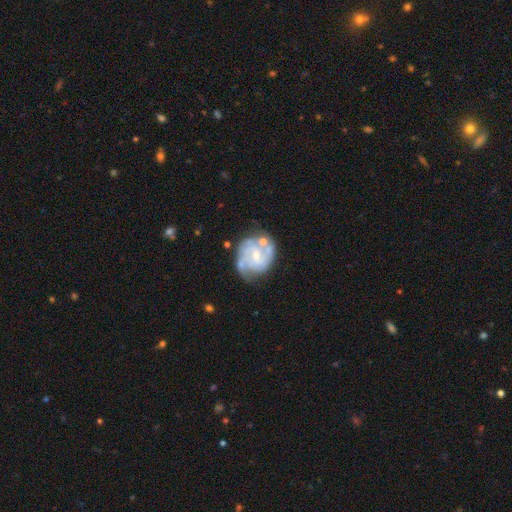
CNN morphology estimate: Smooth or featured? Predicted: featured or disk (p=0.82). Edge-on disk? Predicted: no (p=0.98). Bar? Predicted: no (p=0.47). Spiral arms? Predicted: yes (p=0.93). Spiral winding? Predicted: tight (p=0.50). Spiral arm count? Predicted: 2 (p=0.46). Bulge size? Predicted: small (p=0.62). Merging? Predicted: none (p=0.58).